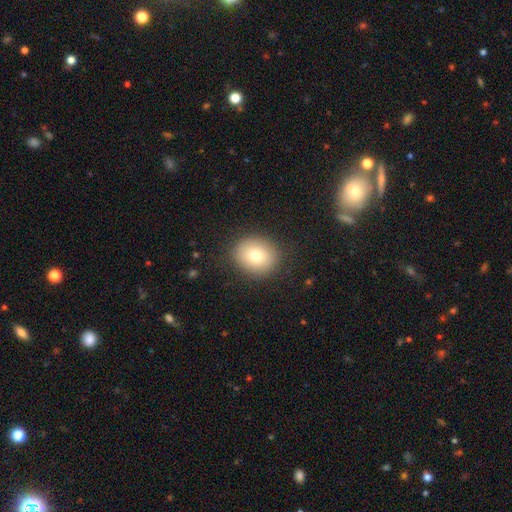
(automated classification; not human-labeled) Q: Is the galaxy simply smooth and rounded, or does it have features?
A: smooth — 76%.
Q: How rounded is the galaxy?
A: round — 75%.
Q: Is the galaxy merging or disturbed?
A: none — 88%.